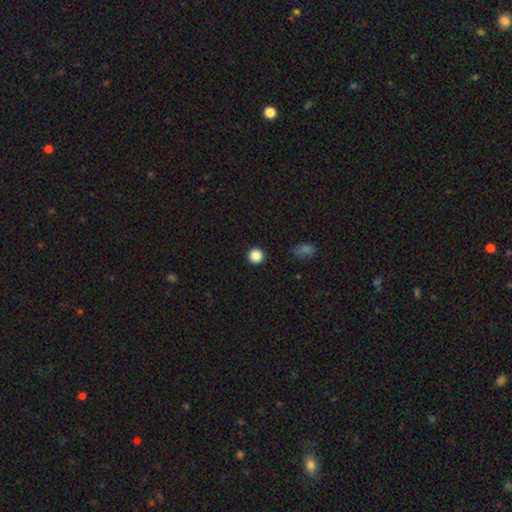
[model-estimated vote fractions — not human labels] Smooth or featured? smooth (87%)
How rounded? round (96%)
Merging? none (93%)